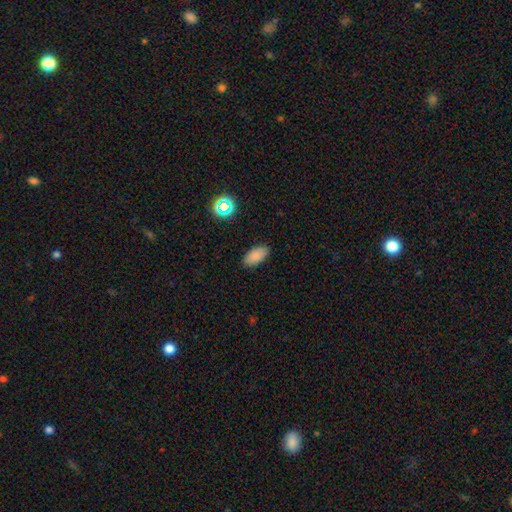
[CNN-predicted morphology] A smooth galaxy with no disk features (85%) that is in between round and cigar-shaped (93%). Merging: none (88%).